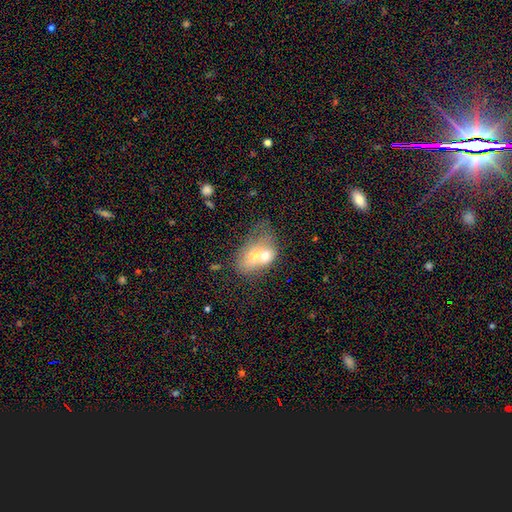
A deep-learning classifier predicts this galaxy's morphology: Overall: smooth (57%; featured or disk 33%). How rounded: in between (69%). Merging: merger (71%).